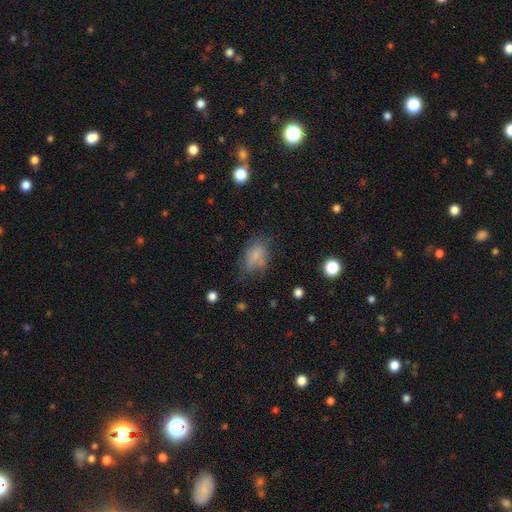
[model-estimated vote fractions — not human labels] The model was most divided on "merging": none: 51%, minor disturbance: 28%, major disturbance: 14%, merger: 6%. More confident: how rounded — in between (81%); smooth or featured — smooth (73%).